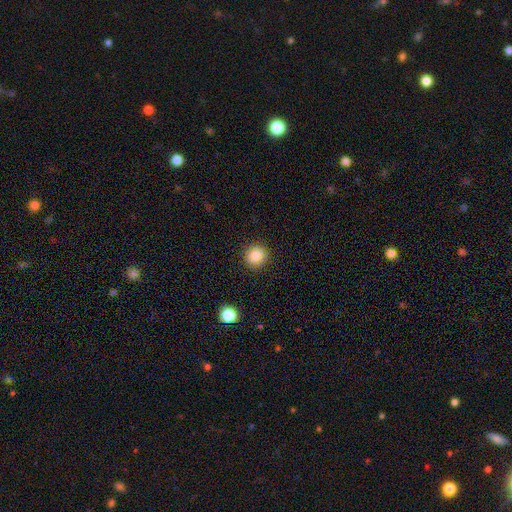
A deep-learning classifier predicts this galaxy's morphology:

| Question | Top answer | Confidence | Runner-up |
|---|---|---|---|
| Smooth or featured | smooth | 87% | star or artifact (10%) |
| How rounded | round | 91% | in between (8%) |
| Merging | none | 90% | minor disturbance (6%) |